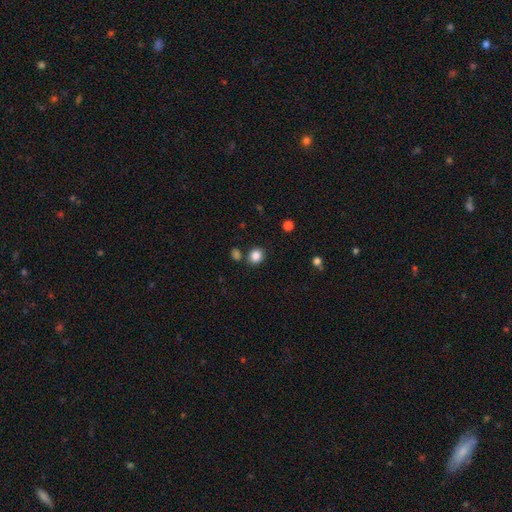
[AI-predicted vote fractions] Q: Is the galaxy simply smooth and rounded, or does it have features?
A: smooth — 85%.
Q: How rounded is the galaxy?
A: round — 74%.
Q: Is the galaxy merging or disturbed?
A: none — 80%.